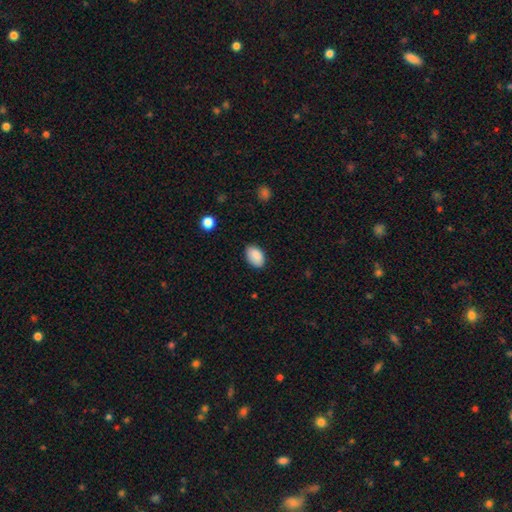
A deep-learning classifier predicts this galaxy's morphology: The model was most divided on "merging": none: 83%, minor disturbance: 14%, major disturbance: 3%, merger: 1%. More confident: how rounded — in between (91%); smooth or featured — smooth (89%).